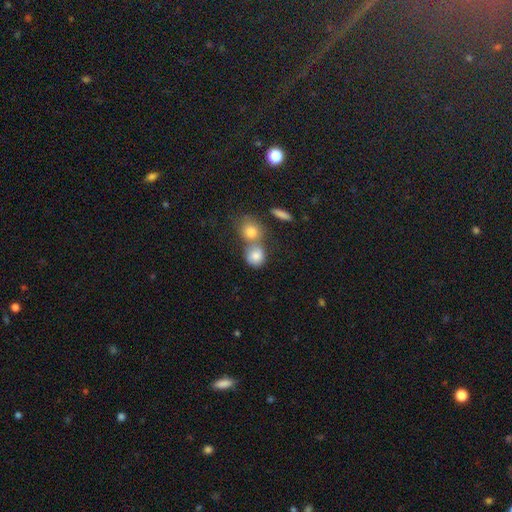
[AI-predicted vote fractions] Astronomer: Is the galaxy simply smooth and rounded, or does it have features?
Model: smooth — 80%.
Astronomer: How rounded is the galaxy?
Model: round — 75%.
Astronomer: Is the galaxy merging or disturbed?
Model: merger — 51% (runner-up: none, 37%).